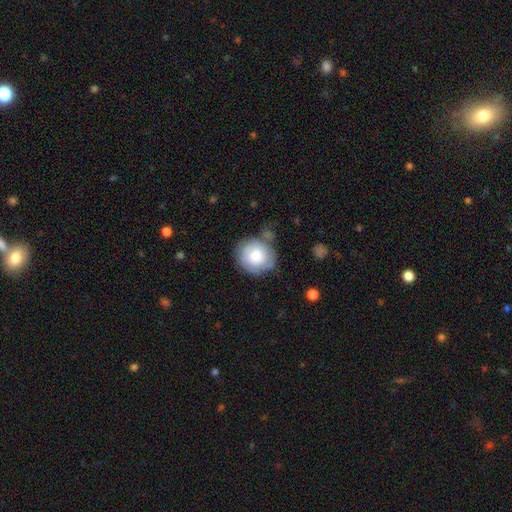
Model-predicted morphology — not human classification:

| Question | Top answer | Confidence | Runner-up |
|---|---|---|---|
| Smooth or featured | smooth | 63% | featured or disk (30%) |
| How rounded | round | 81% | in between (18%) |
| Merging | none | 62% | minor disturbance (24%) |